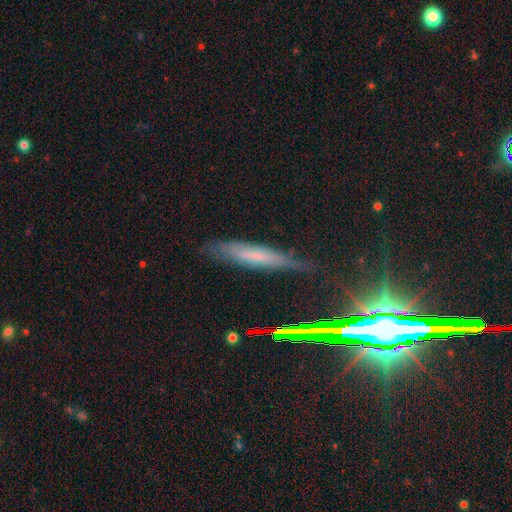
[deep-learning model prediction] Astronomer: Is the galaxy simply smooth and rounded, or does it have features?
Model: smooth — 43% (runner-up: featured or disk, 40%).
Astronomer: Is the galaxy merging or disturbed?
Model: none — 74%.